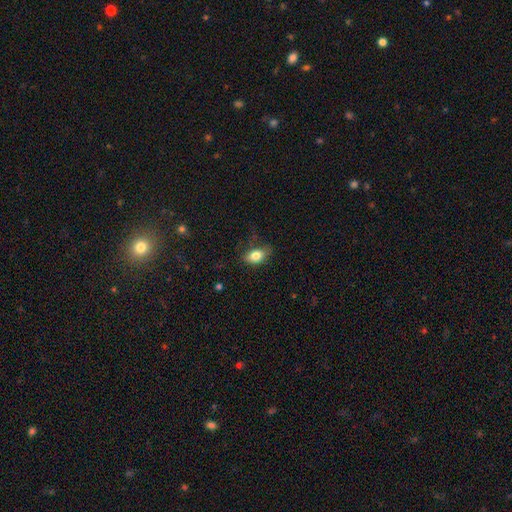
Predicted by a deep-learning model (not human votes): Smooth or featured: smooth — 81% (featured or disk — 10%)
How rounded: in between — 86% (round — 12%)
Merging: none — 69% (minor disturbance — 22%)